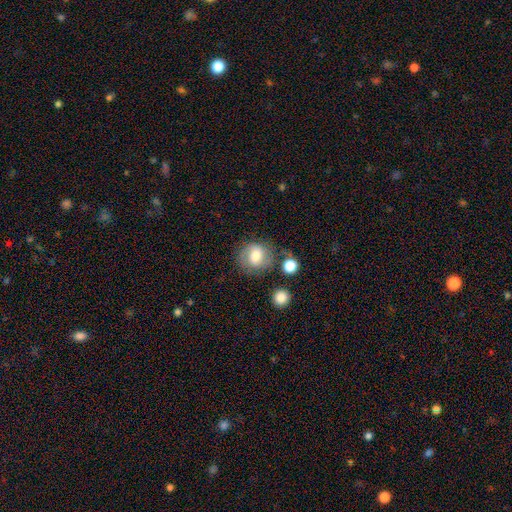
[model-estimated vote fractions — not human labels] smooth 64%, featured or disk 27%, star or artifact 9%. Down the decision tree: how rounded — round (78%); merging — none (66%).